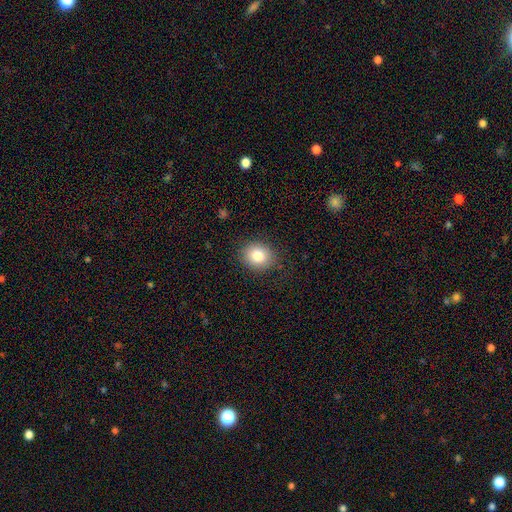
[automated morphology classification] Smooth or featured: smooth — 84% (star or artifact — 9%)
How rounded: round — 63% (in between — 36%)
Merging: none — 85% (minor disturbance — 10%)